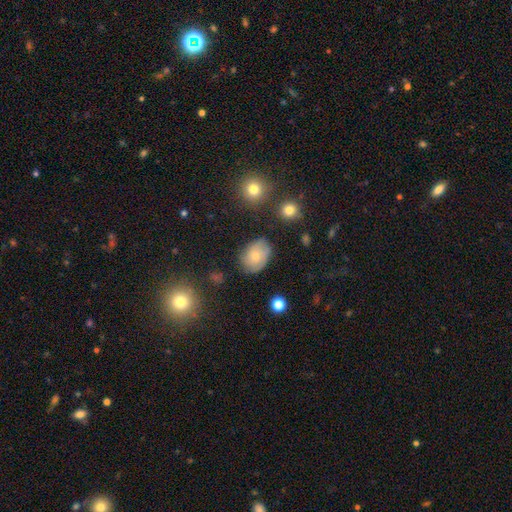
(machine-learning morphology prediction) type=smooth (58%); roundness=in between (69%); merging=none (70%).